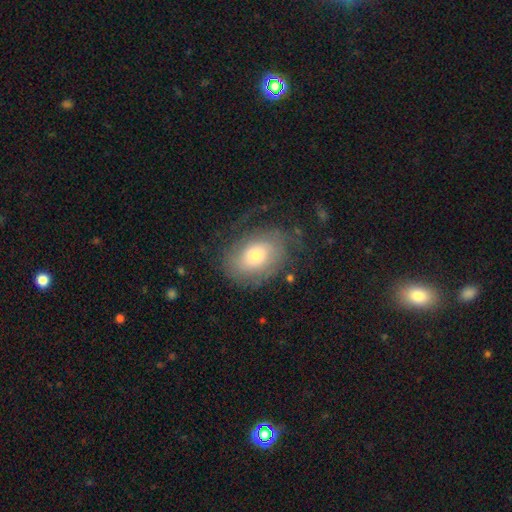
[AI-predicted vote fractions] Overall: featured or disk (48%; smooth 44%). Merging: none (59%; minor disturbance 21%).